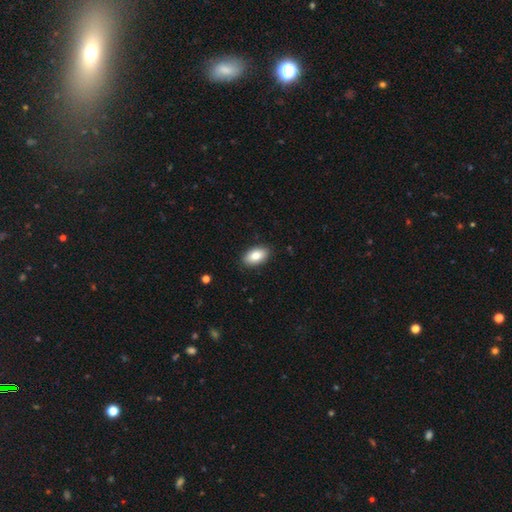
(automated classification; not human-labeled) This is clearly a smooth galaxy (83%). How rounded: clearly in between (93%). Merging: clearly none (89%).